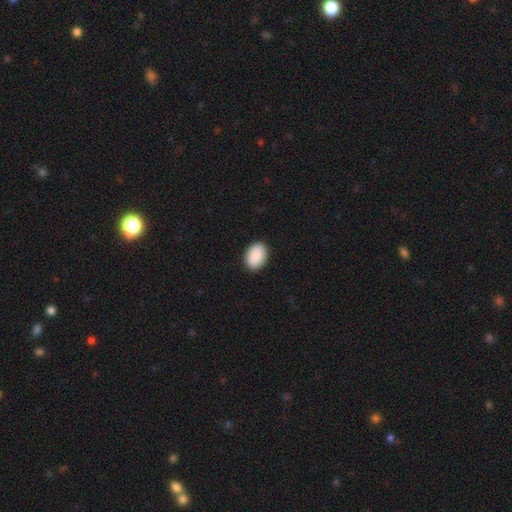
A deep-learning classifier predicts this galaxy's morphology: smooth-or-featured: smooth: 91% | star or artifact: 6% | featured or disk: 3%
  how-rounded: in between: 86% | round: 13% | cigar-shaped: 1%
  merging: none: 90% | minor disturbance: 7% | major disturbance: 2% | merger: 1%